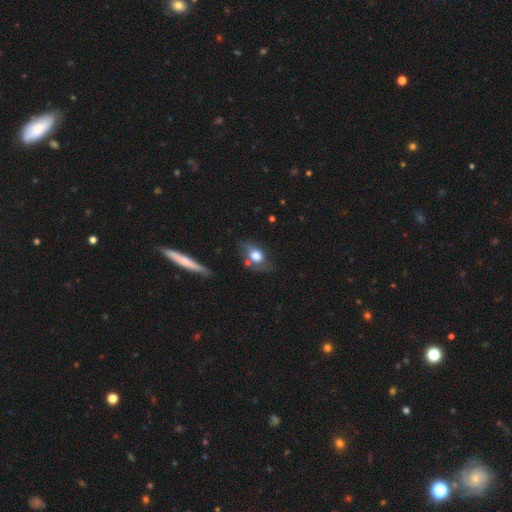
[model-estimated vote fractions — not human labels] Q: Smooth or featured?
A: smooth (64%); runner-up: featured or disk (27%)
Q: How rounded?
A: in between (68%); runner-up: round (28%)
Q: Merging?
A: none (55%); runner-up: minor disturbance (24%)